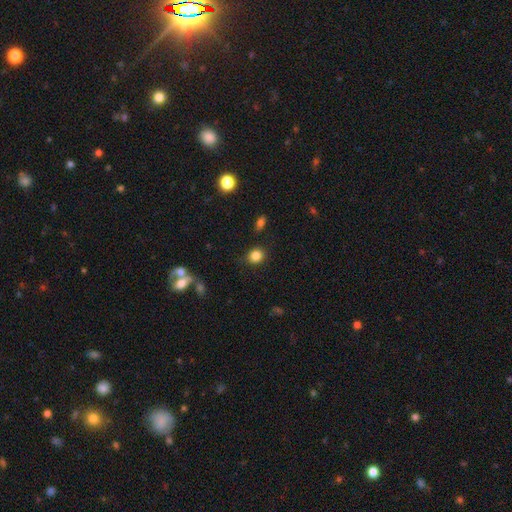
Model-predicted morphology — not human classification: Smooth or featured? smooth (84%)
How rounded? round (74%)
Merging? none (85%)